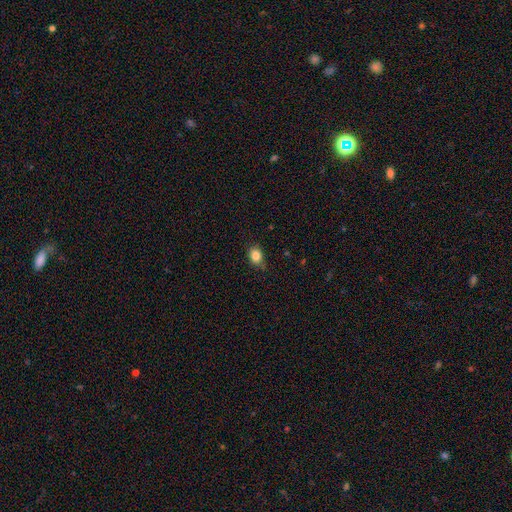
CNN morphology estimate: Smooth or featured?
  - smooth: 85% *
  - star or artifact: 10%
  - featured or disk: 5%
How rounded?
  - in between: 59% *
  - round: 40%
  - cigar-shaped: 1%
Merging?
  - none: 77% *
  - minor disturbance: 18%
  - major disturbance: 3%
  - merger: 1%